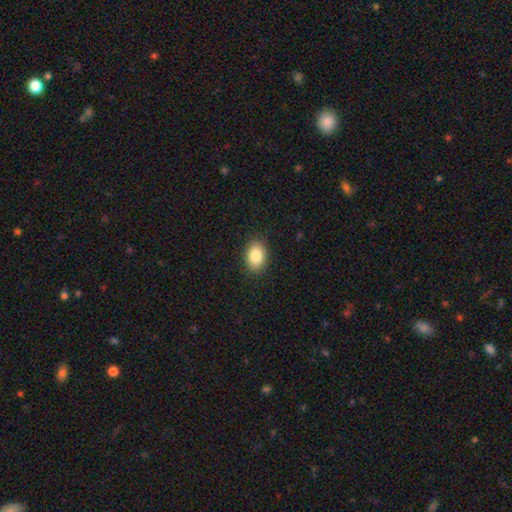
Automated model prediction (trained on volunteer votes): Q: Smooth or featured?
A: smooth (85%); runner-up: star or artifact (8%)
Q: How rounded?
A: in between (81%); runner-up: round (18%)
Q: Merging?
A: none (88%); runner-up: minor disturbance (9%)